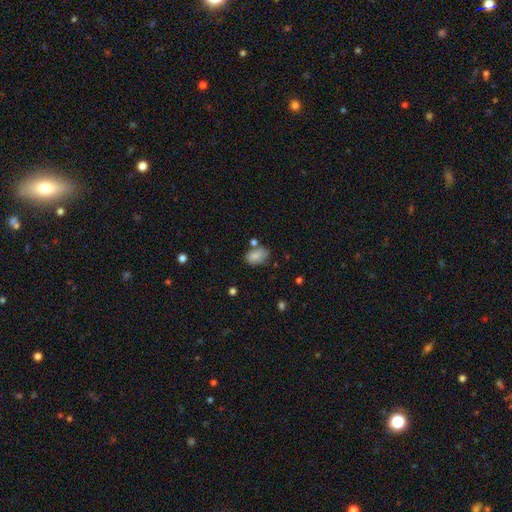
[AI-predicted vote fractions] smooth-or-featured: smooth: 81% | featured or disk: 10% | star or artifact: 9%
  how-rounded: in between: 87% | round: 12% | cigar-shaped: 1%
  merging: none: 55% | minor disturbance: 23% | merger: 14% | major disturbance: 7%